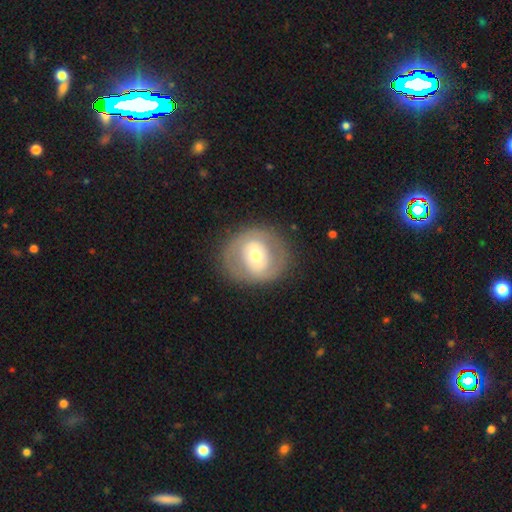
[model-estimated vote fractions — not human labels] This is possibly a featured or disk galaxy (53%). It is clearly not viewed edge-on (96%). Bar: possibly no (54%). Spiral arm pattern: likely no (72%). Central bulge: likely moderate (61%). Merging: clearly none (83%).